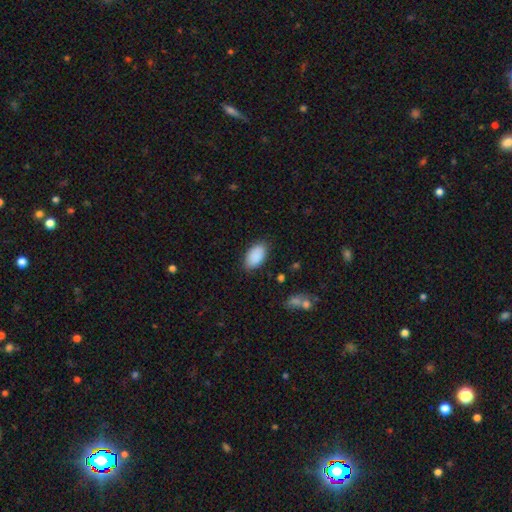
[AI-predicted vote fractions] Overall: smooth (90%). How rounded: in between (94%). Merging: none (84%).